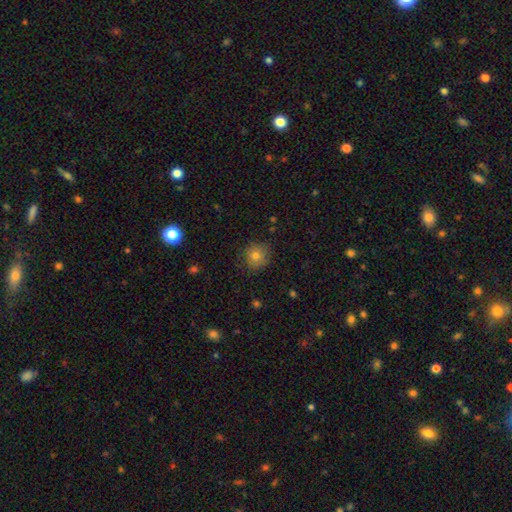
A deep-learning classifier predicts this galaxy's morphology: Smooth or featured? Predicted: smooth (p=0.77). How rounded? Predicted: round (p=0.91). Merging? Predicted: none (p=0.84).